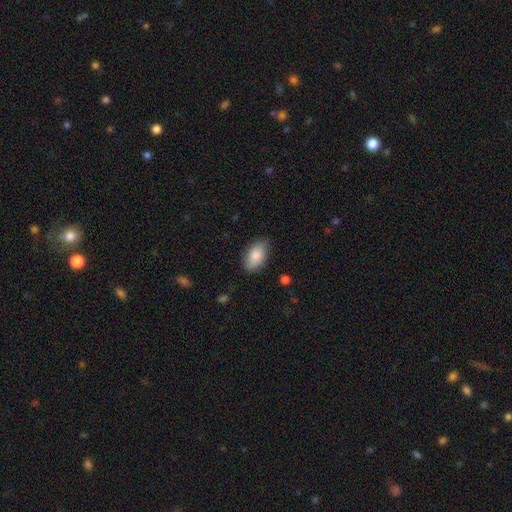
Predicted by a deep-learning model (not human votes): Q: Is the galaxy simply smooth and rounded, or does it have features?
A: smooth — 85%.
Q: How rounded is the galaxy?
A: in between — 93%.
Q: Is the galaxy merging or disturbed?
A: none — 82%.